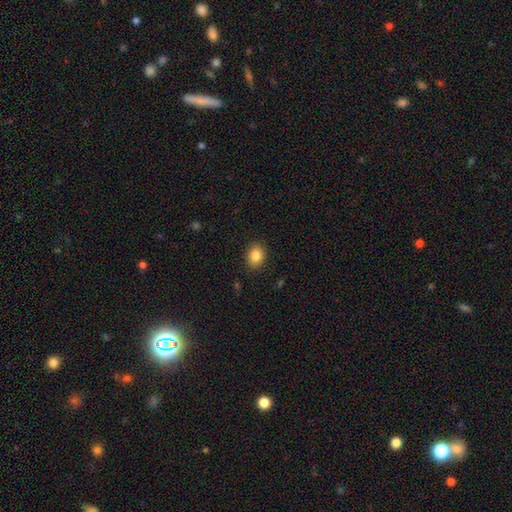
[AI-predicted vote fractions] Q: Smooth or featured?
A: smooth (86%); runner-up: star or artifact (9%)
Q: How rounded?
A: in between (54%); runner-up: round (45%)
Q: Merging?
A: none (89%); runner-up: minor disturbance (8%)